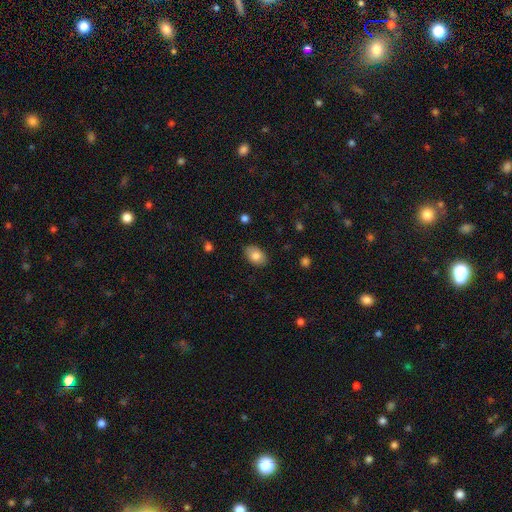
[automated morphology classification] A smooth galaxy with no disk features (82%) that is in between round and cigar-shaped (85%). Merging: none (87%).